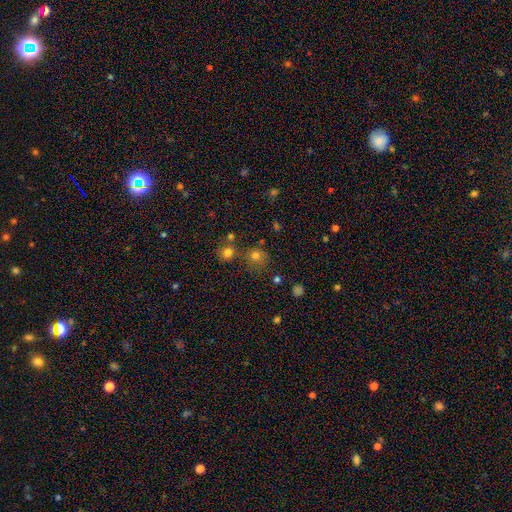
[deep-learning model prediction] The model was most divided on "merging": none: 68%, merger: 15%, minor disturbance: 11%, major disturbance: 5%. More confident: how rounded — round (88%); smooth or featured — smooth (74%).